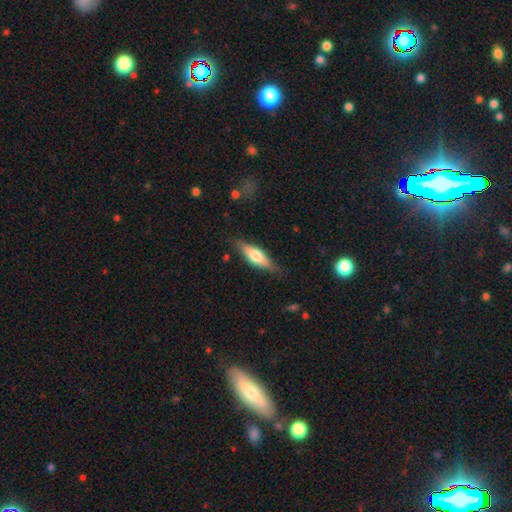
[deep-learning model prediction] Smooth or featured? Predicted: smooth (p=0.48). Merging? Predicted: none (p=0.80).